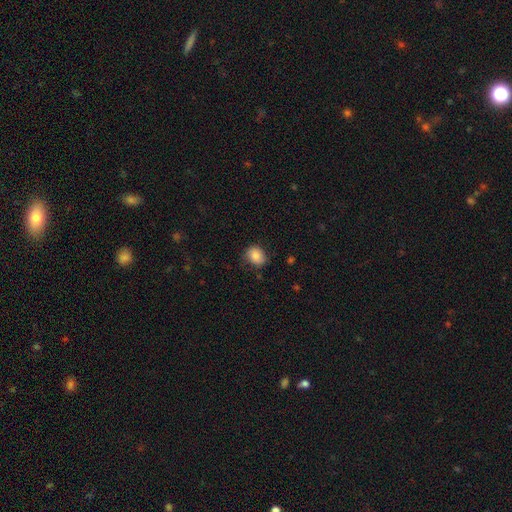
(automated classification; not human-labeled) Smooth or featured? smooth (82%)
How rounded? round (57%)
Merging? none (76%)